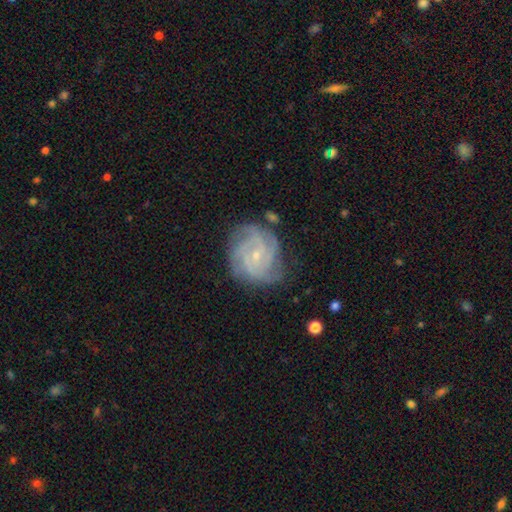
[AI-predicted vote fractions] Overall: featured or disk (86%). Edge-on disk: no (98%). Bar: no (60%; weak 32%). Spiral arms: yes (97%). Spiral arm count: 4 (32%; 3 26%). Spiral winding: tight (70%). Bulge size: small (78%). Merging: none (74%).